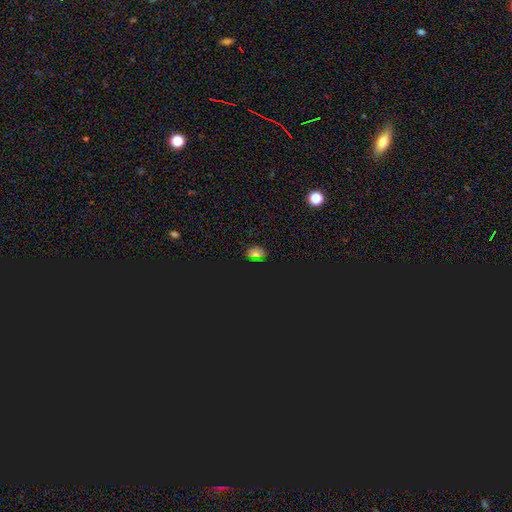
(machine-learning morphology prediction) This appears to be a star or artifact, not a galaxy (59%).